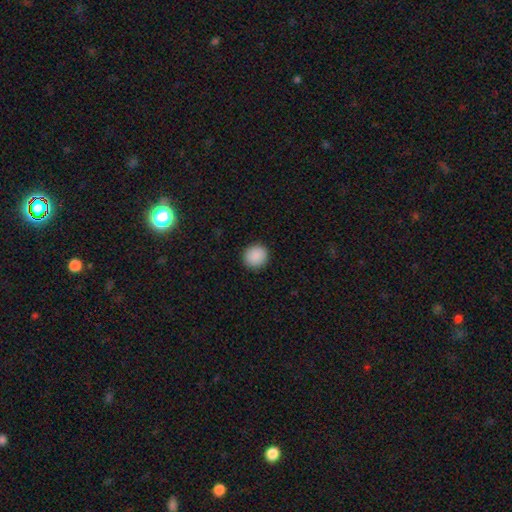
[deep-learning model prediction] Smooth or featured? Predicted: smooth (p=0.90). How rounded? Predicted: round (p=0.89). Merging? Predicted: none (p=0.92).